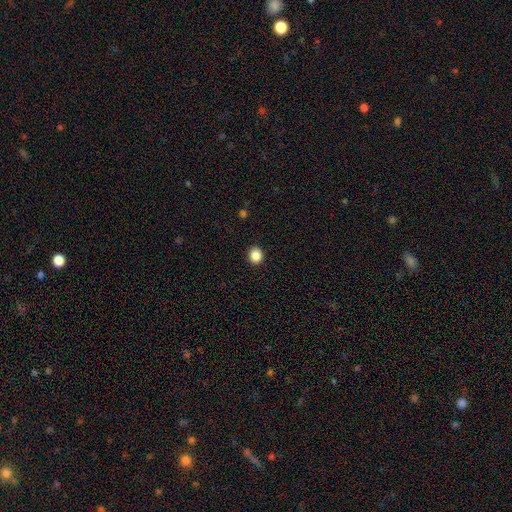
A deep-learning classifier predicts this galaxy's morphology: A smooth galaxy with no disk features (87%) that is round (80%). Merging: none (92%).